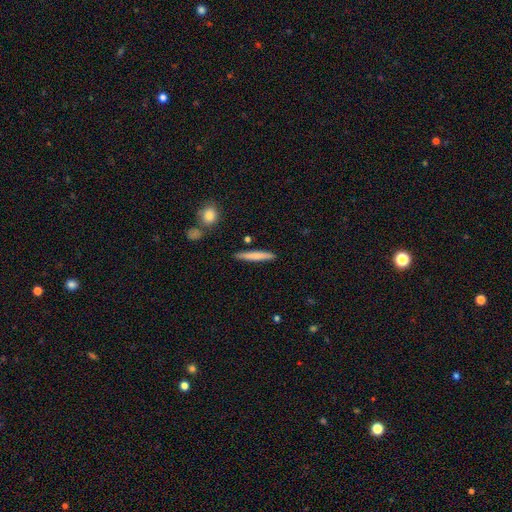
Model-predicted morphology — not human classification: type=smooth (71%); roundness=cigar-shaped (94%); merging=none (86%).